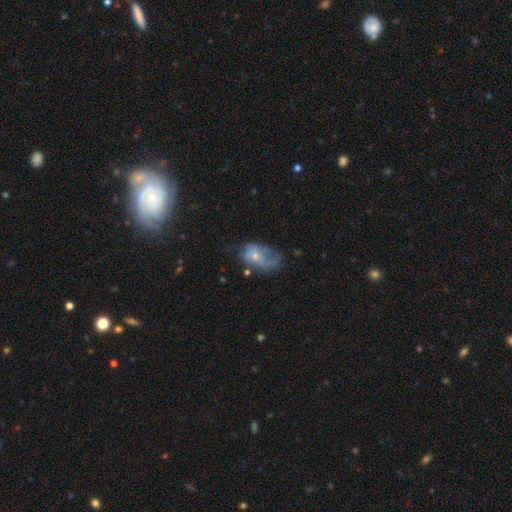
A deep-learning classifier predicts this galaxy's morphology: Smooth or featured? Predicted: featured or disk (p=0.53). Edge-on disk? Predicted: no (p=0.96). Bar? Predicted: no (p=0.78). Spiral arms? Predicted: yes (p=0.64). Bulge size? Predicted: small (p=0.64). Merging? Predicted: major disturbance (p=0.36).